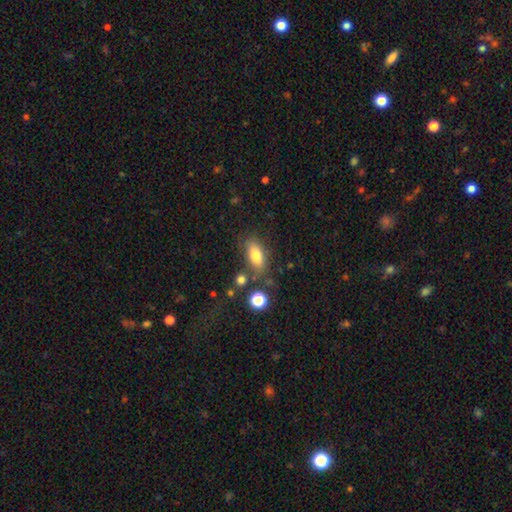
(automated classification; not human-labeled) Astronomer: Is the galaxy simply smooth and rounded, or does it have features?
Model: smooth — 78%.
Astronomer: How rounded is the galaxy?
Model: in between — 82%.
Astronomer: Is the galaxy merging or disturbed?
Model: none — 71%.